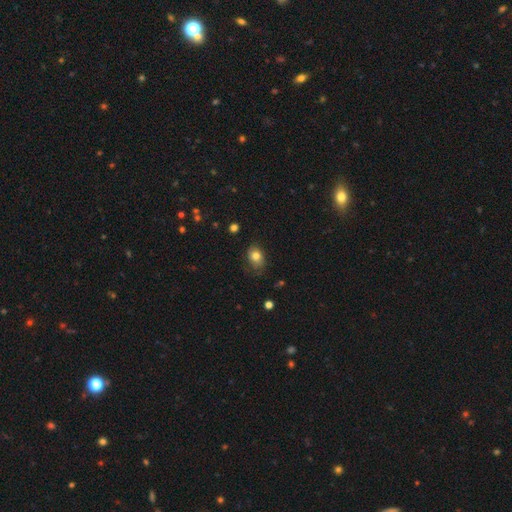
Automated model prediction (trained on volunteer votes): The model was most divided on "how rounded": in between: 62%, round: 37%, cigar-shaped: 1%. More confident: smooth or featured — smooth (77%); merging — none (65%).